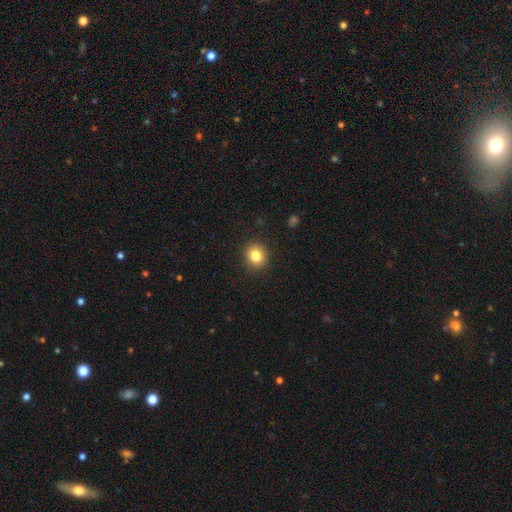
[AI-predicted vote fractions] Smooth or featured: smooth — 83% (star or artifact — 10%)
How rounded: round — 79% (in between — 20%)
Merging: none — 91% (minor disturbance — 6%)